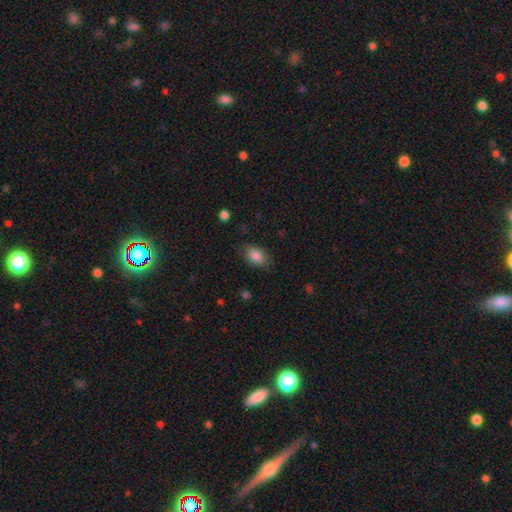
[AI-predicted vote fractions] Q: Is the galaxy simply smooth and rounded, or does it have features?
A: smooth — 85%.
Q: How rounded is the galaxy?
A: in between — 86%.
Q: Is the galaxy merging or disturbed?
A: none — 80%.